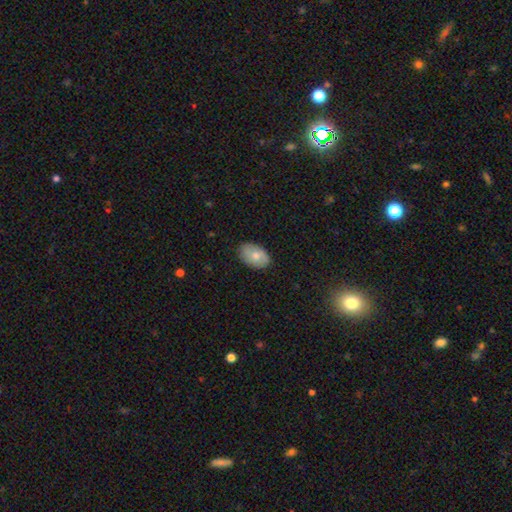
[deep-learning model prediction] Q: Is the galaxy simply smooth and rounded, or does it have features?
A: smooth — 73%.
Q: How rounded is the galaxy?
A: in between — 89%.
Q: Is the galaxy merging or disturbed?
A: none — 84%.